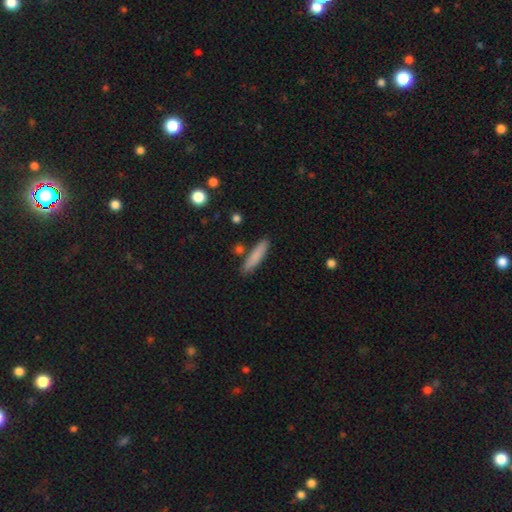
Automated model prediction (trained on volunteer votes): This appears to be a smooth galaxy with no disk features (82%) that is cigar-shaped (86%). Merging: none (85%).